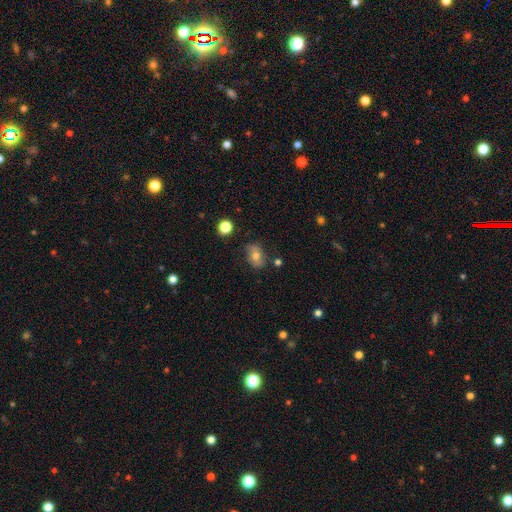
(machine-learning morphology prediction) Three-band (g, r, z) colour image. It shows a smooth galaxy with no disk features (65%) that is in between round and cigar-shaped (71%). Merging: none (74%).